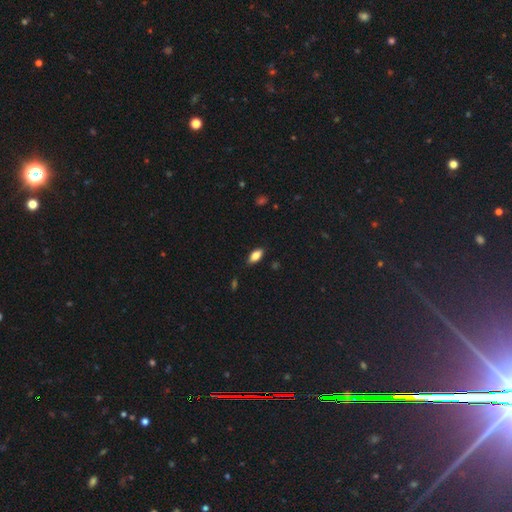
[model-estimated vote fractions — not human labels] This appears to be a smooth galaxy with no disk features (81%) that is in between round and cigar-shaped (89%). Merging: none (85%).